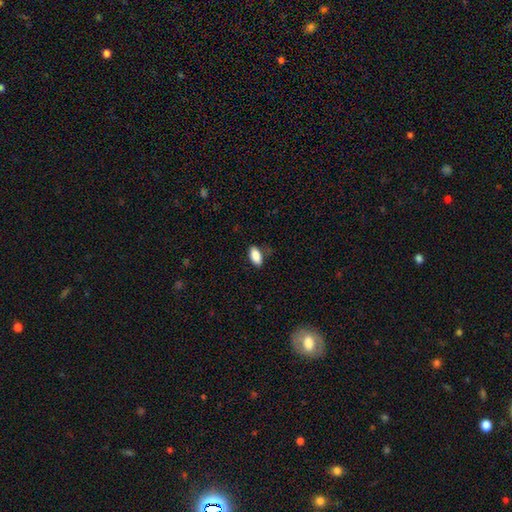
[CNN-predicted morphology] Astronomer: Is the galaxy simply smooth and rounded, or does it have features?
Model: smooth — 87%.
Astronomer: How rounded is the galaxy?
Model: in between — 90%.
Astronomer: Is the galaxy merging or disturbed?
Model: none — 79%.